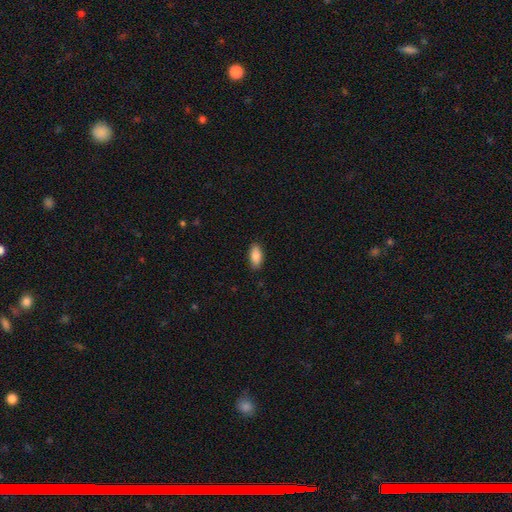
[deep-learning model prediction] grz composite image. It shows a smooth galaxy with no disk features (84%) that is in between round and cigar-shaped (89%). Merging: none (88%).